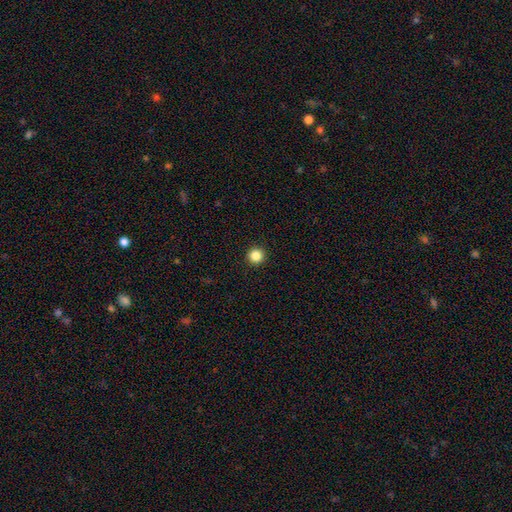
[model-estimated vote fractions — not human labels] This appears to be a smooth galaxy with no disk features (85%) that is round (96%). Merging: none (94%).